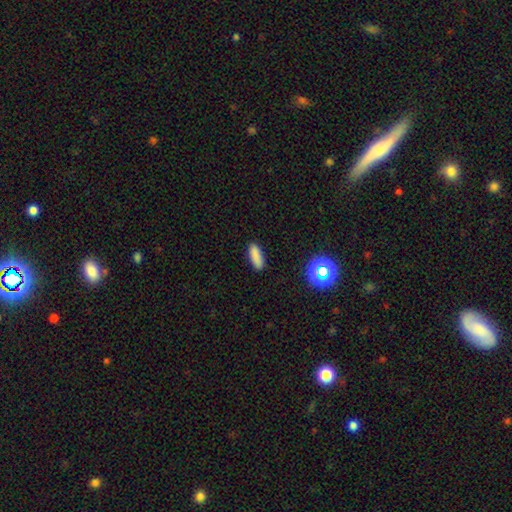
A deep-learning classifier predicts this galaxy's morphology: Smooth or featured?
  - smooth: 85% *
  - star or artifact: 11%
  - featured or disk: 5%
How rounded?
  - in between: 60% *
  - cigar-shaped: 37%
  - round: 2%
Merging?
  - none: 88% *
  - minor disturbance: 8%
  - major disturbance: 2%
  - merger: 1%